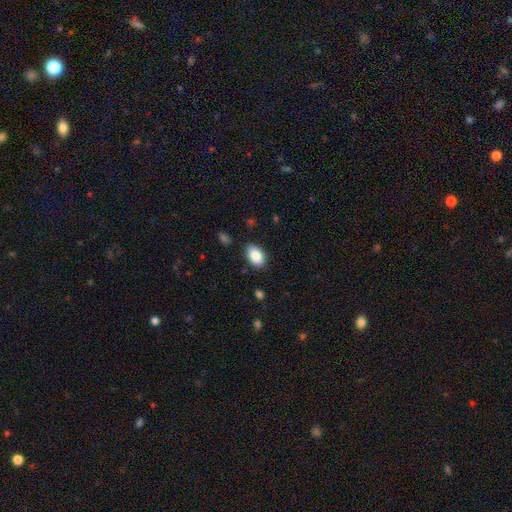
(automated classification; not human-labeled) A smooth galaxy with no disk features (87%) that is in between round and cigar-shaped (91%).

Vote fractions:
- Smooth or featured? smooth: 87% / star or artifact: 7% / featured or disk: 6%
- How rounded? in between: 91% / round: 8% / cigar-shaped: 1%
- Merging? none: 85% / minor disturbance: 11% / major disturbance: 3% / merger: 1%